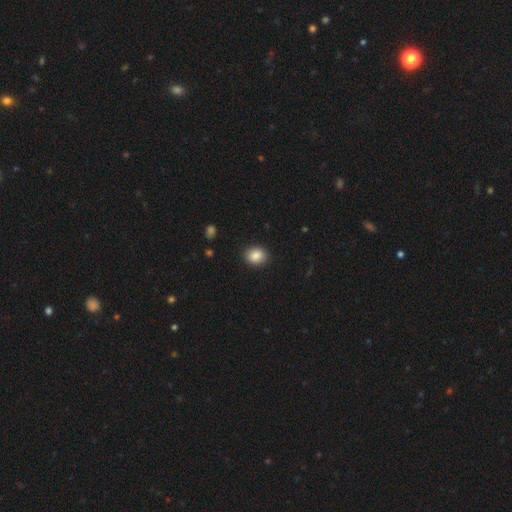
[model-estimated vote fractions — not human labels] A smooth galaxy with no disk features (87%) that is round (57%).

Vote fractions:
- Smooth or featured? smooth: 87% / star or artifact: 9% / featured or disk: 4%
- How rounded? round: 57% / in between: 42% / cigar-shaped: 1%
- Merging? none: 89% / minor disturbance: 8% / major disturbance: 2% / merger: 1%